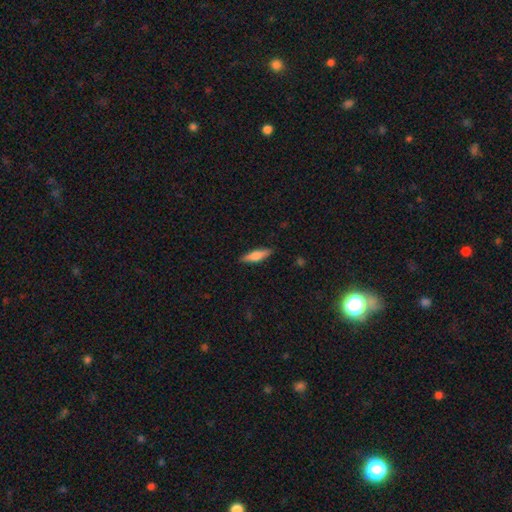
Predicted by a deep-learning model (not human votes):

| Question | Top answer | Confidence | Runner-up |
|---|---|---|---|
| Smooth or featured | smooth | 67% | featured or disk (27%) |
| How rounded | cigar-shaped | 59% | in between (39%) |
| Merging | none | 87% | minor disturbance (9%) |